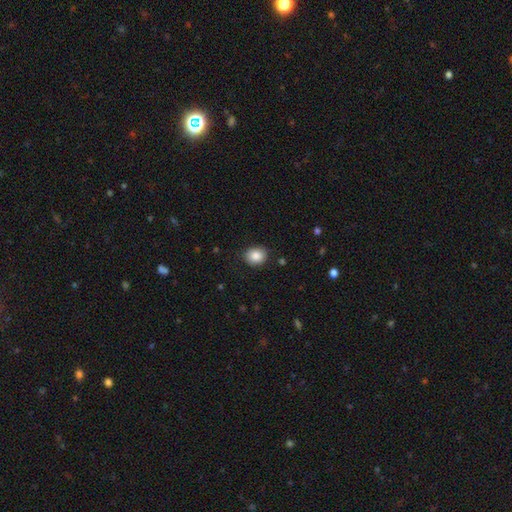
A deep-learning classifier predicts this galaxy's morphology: type=smooth (87%); roundness=round (61%); merging=none (86%).